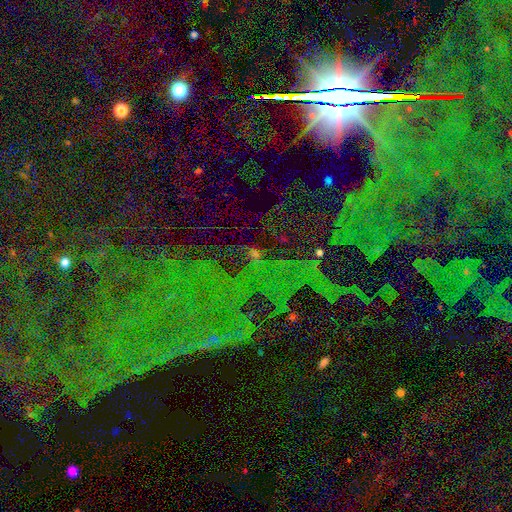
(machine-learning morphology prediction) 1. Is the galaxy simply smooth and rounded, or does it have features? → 69% star or artifact, 18% smooth, 13% featured or disk.